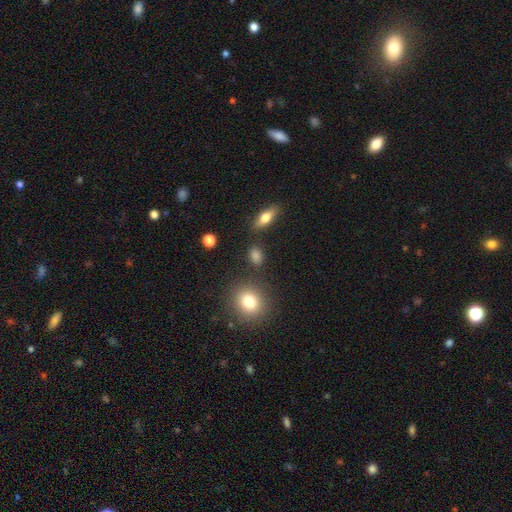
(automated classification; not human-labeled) Smooth or featured?
  - smooth: 77% *
  - star or artifact: 14%
  - featured or disk: 9%
How rounded?
  - in between: 57% *
  - round: 37%
  - cigar-shaped: 6%
Merging?
  - none: 80% *
  - minor disturbance: 12%
  - merger: 5%
  - major disturbance: 4%